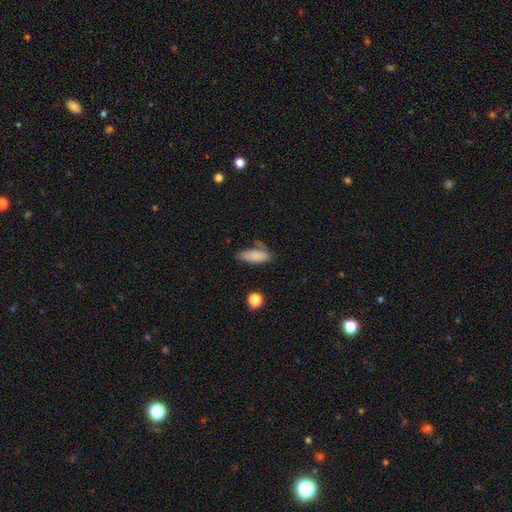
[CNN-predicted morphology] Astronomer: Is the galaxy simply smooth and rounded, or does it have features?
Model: smooth — 84%.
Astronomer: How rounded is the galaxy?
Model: in between — 70%.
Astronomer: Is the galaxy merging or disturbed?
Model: none — 59%.